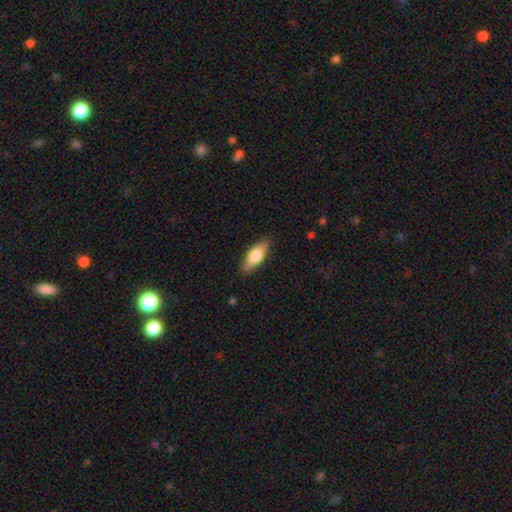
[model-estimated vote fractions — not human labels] Smooth or featured? smooth (68%)
How rounded? in between (69%)
Merging? none (86%)